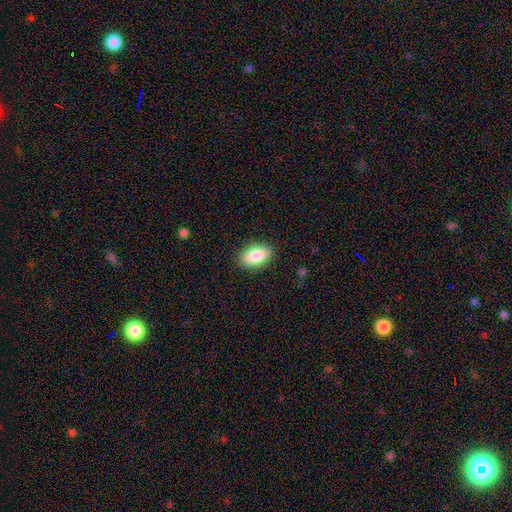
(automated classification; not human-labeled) smooth_or_featured: smooth (p=0.85) [alt: featured or disk p=0.08]
how_rounded: in between (p=0.92) [alt: round p=0.05]
merging: none (p=0.88) [alt: minor disturbance p=0.09]